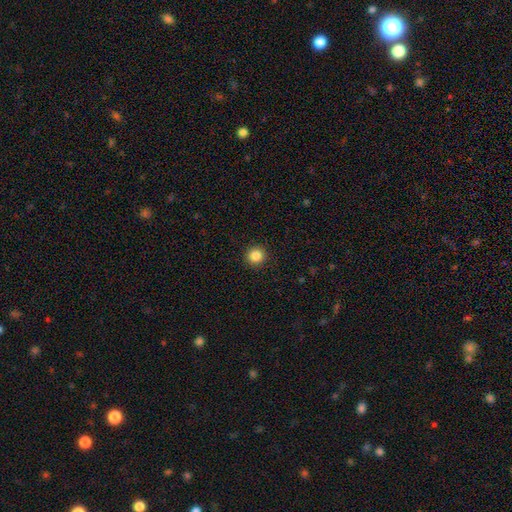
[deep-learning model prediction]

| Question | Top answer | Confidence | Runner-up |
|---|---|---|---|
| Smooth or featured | smooth | 86% | star or artifact (10%) |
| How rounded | round | 95% | in between (4%) |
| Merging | none | 93% | minor disturbance (5%) |